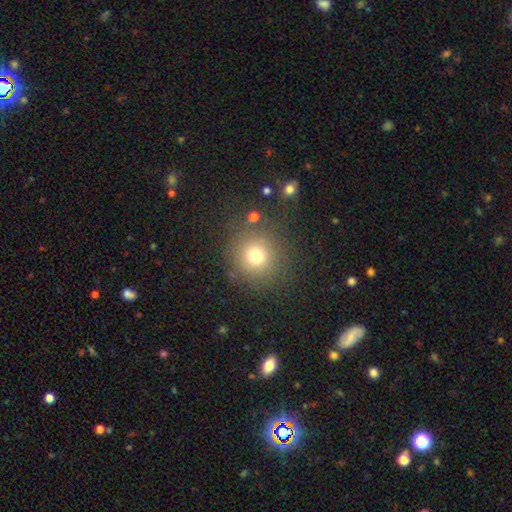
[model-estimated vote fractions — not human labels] A smooth galaxy with no disk features (73%) that is round (93%).

Vote fractions:
- Smooth or featured? smooth: 73% / star or artifact: 17% / featured or disk: 10%
- How rounded? round: 93% / in between: 6% / cigar-shaped: 1%
- Merging? none: 84% / minor disturbance: 8% / major disturbance: 5% / merger: 3%